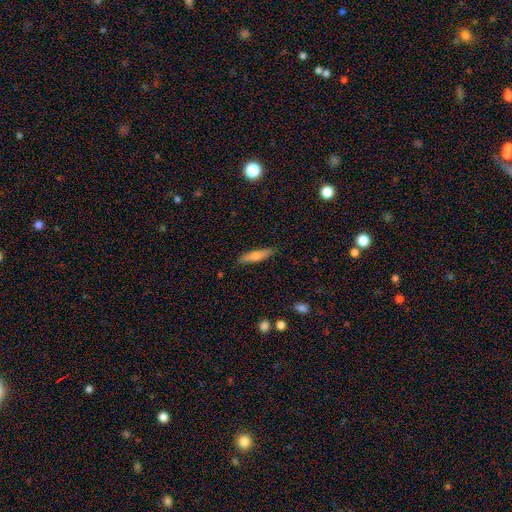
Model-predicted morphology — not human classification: Smooth or featured? Predicted: smooth (p=0.65). How rounded? Predicted: cigar-shaped (p=0.80). Merging? Predicted: none (p=0.87).